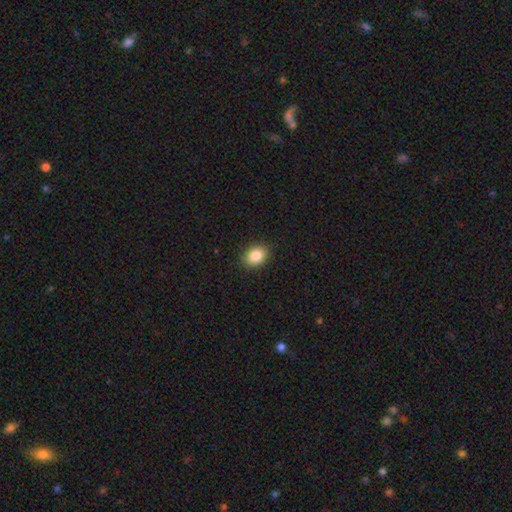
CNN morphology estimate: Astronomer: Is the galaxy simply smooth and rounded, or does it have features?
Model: smooth — 86%.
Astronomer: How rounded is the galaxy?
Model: in between — 68%.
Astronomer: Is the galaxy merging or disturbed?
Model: none — 88%.